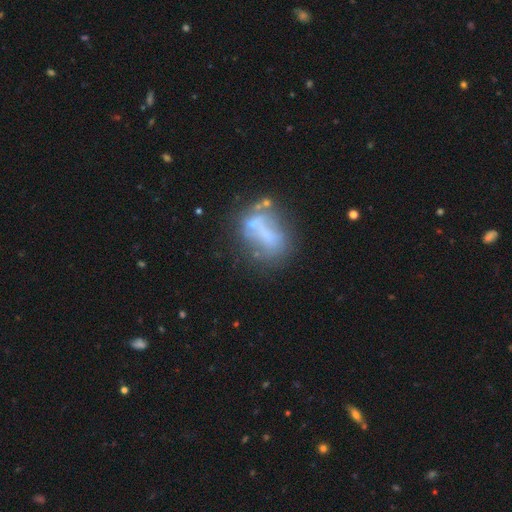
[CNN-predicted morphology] Q: Smooth or featured?
A: featured or disk (48%); runner-up: smooth (33%)
Q: Merging?
A: none (52%); runner-up: merger (19%)